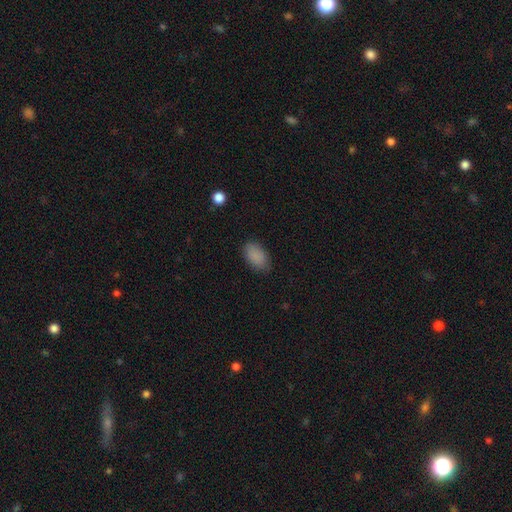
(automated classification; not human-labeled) Smooth or featured: smooth — 88% (star or artifact — 8%)
How rounded: in between — 92% (round — 6%)
Merging: none — 83% (minor disturbance — 13%)